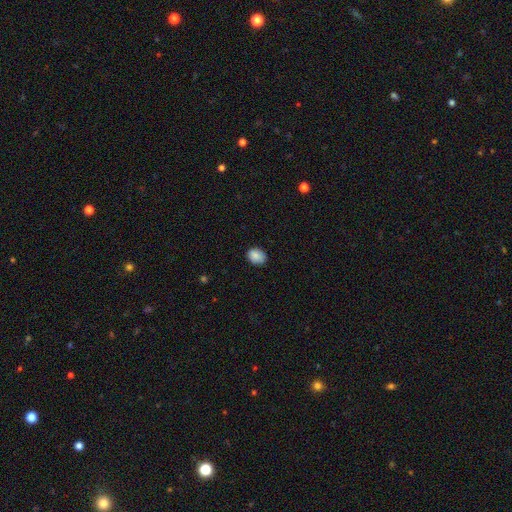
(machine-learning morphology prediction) The model was most divided on "how rounded": in between: 55%, round: 45%, cigar-shaped: 1%. More confident: smooth or featured — smooth (86%); merging — none (83%).